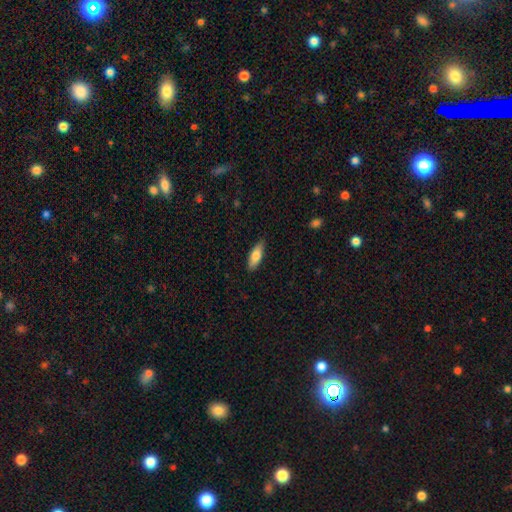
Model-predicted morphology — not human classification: smooth-or-featured: smooth: 76% | featured or disk: 18% | star or artifact: 6%
  how-rounded: in between: 59% | cigar-shaped: 39% | round: 2%
  merging: none: 86% | minor disturbance: 11% | major disturbance: 2% | merger: 1%